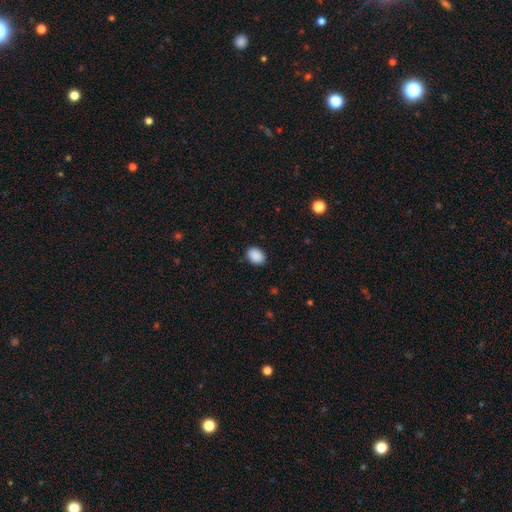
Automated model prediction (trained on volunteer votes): Q: Smooth or featured?
A: smooth (90%); runner-up: star or artifact (8%)
Q: How rounded?
A: in between (75%); runner-up: round (24%)
Q: Merging?
A: none (88%); runner-up: minor disturbance (9%)